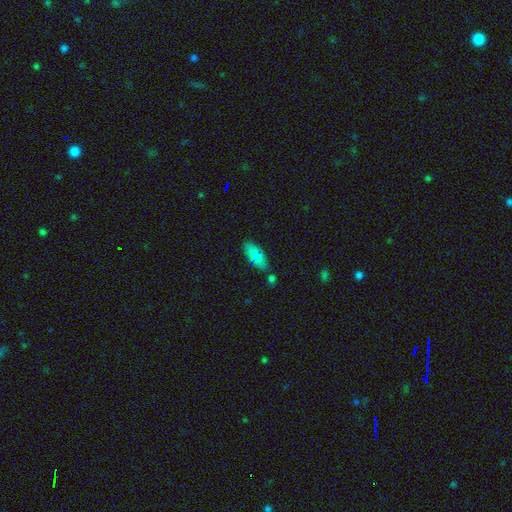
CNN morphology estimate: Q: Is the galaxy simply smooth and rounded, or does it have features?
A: smooth — 77%.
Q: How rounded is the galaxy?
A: in between — 75%.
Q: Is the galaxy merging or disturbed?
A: none — 77%.